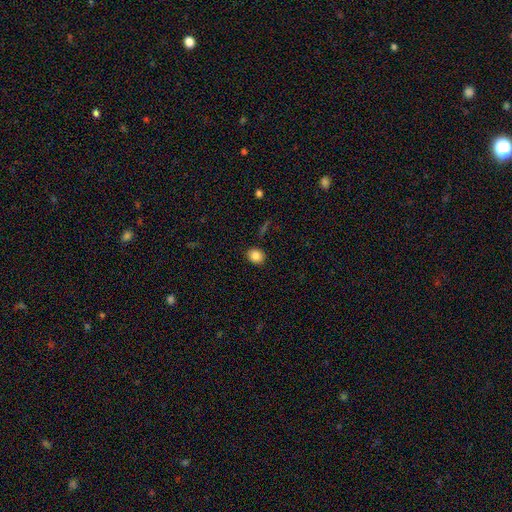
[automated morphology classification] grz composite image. It shows a smooth galaxy with no disk features (85%) that is round (66%). Merging: none (88%).